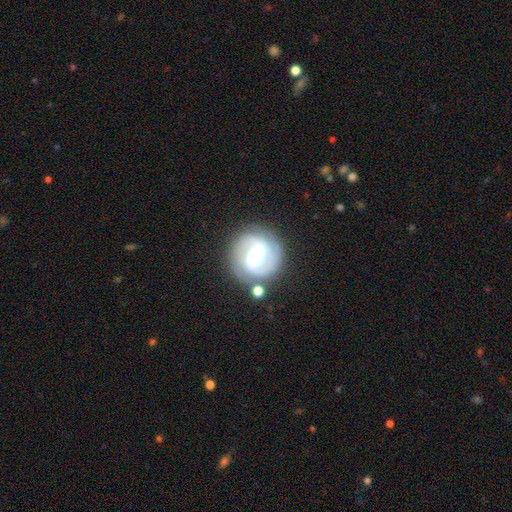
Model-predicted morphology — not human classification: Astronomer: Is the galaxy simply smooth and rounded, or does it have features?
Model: featured or disk — 83%.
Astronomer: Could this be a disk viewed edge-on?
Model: no — 97%.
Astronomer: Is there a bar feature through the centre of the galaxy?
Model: weak — 44% (runner-up: strong, 43%).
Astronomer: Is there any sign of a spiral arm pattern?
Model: yes — 94%.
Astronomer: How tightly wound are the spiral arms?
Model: tight — 54% (runner-up: medium, 37%).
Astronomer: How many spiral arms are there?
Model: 2 — 78%.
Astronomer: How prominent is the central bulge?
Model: moderate — 66%.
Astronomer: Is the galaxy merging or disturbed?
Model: none — 77%.